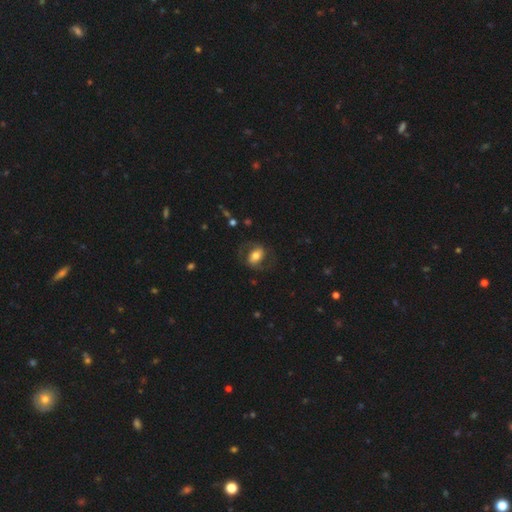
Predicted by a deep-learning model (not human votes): This is possibly a featured or disk galaxy (50%). Merging: likely none (68%).